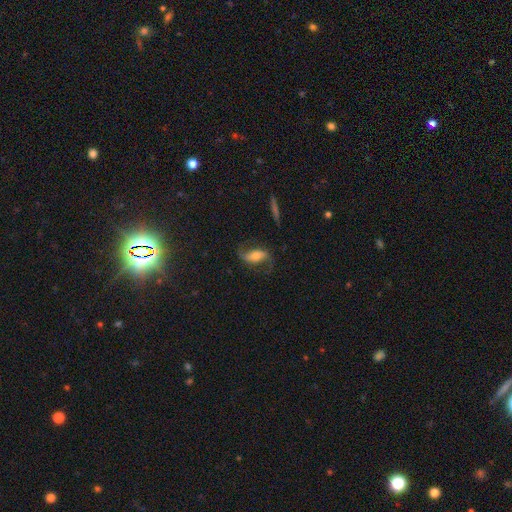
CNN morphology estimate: Overall: featured or disk (73%). Edge-on disk: no (94%). Bar: strong (34%; no 33%). Spiral arms: yes (93%). Spiral arm count: 2 (91%). Spiral winding: loose (69%). Bulge size: moderate (49%; small 36%). Merging: none (71%).